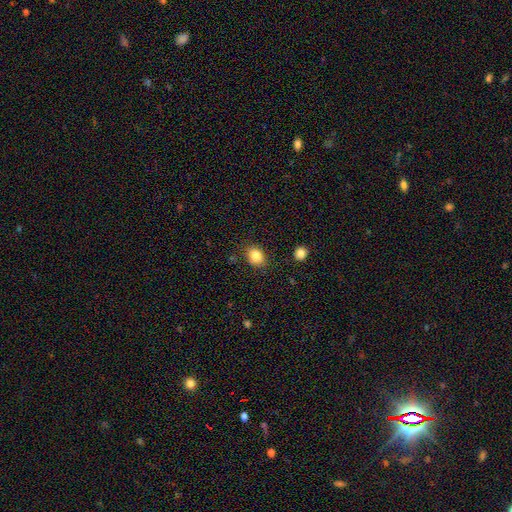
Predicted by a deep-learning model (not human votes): The model was most divided on "how rounded": in between: 55%, round: 44%, cigar-shaped: 1%. More confident: smooth or featured — smooth (85%); merging — none (81%).